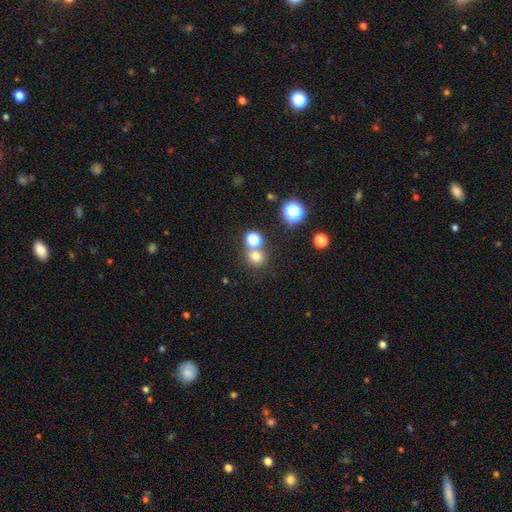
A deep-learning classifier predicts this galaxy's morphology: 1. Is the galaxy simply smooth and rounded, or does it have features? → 71% smooth, 21% star or artifact, 8% featured or disk.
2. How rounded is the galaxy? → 87% round, 12% in between, 1% cigar-shaped.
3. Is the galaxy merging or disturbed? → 65% none, 25% merger, 7% minor disturbance, 3% major disturbance.